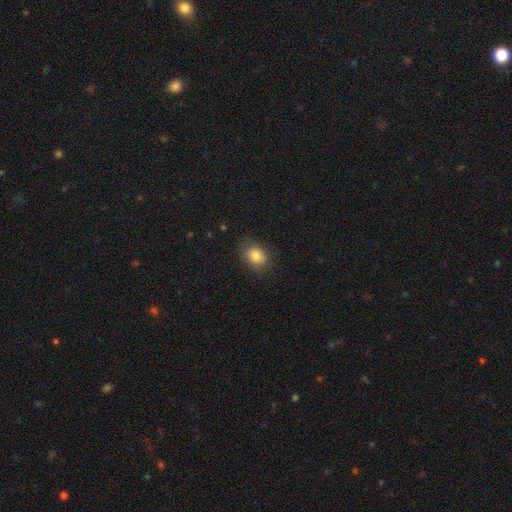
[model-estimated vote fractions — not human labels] Q: Smooth or featured?
A: smooth (84%); runner-up: star or artifact (9%)
Q: How rounded?
A: in between (60%); runner-up: round (39%)
Q: Merging?
A: none (82%); runner-up: minor disturbance (13%)